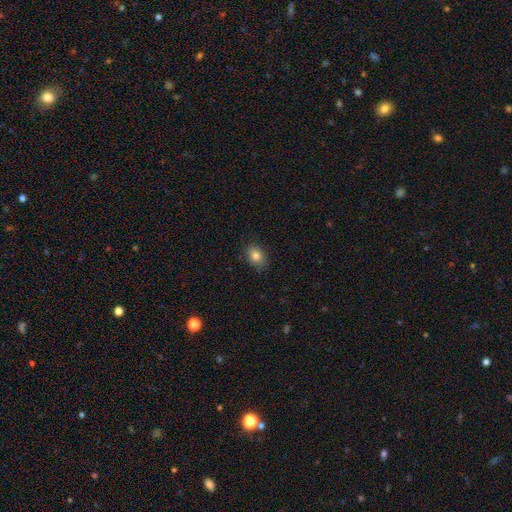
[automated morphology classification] type=smooth (82%); roundness=in between (73%); merging=none (85%).